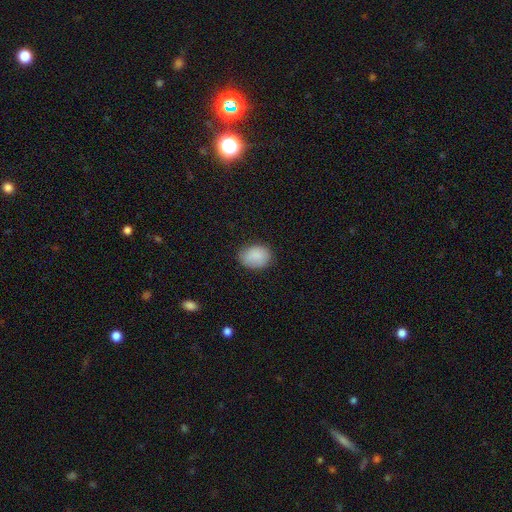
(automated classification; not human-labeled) smooth-or-featured: smooth: 87% | star or artifact: 7% | featured or disk: 5%
  how-rounded: in between: 67% | round: 33% | cigar-shaped: 1%
  merging: none: 78% | minor disturbance: 18% | major disturbance: 4% | merger: 1%